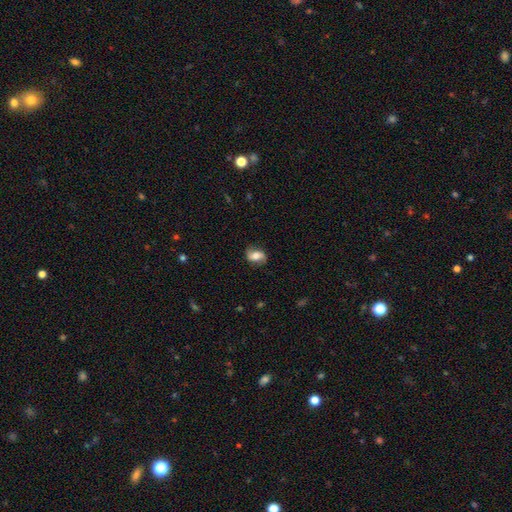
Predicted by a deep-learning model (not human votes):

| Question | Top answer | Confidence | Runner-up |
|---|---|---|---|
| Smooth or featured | smooth | 50% | featured or disk (41%) |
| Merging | none | 78% | minor disturbance (16%) |